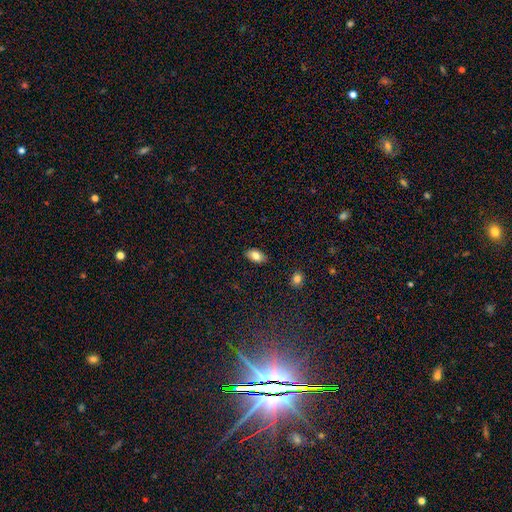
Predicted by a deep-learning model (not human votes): Smooth or featured: smooth — 81% (featured or disk — 11%)
How rounded: in between — 91% (round — 7%)
Merging: none — 87% (minor disturbance — 10%)